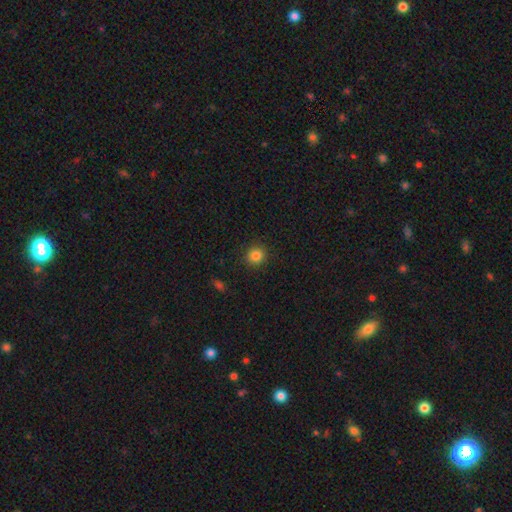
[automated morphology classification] type=smooth (84%); roundness=round (90%); merging=none (91%).